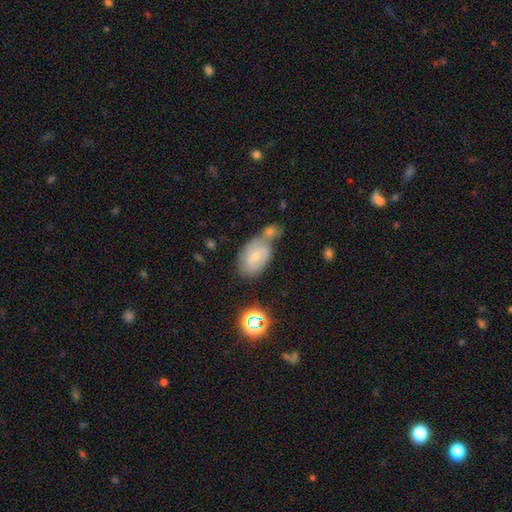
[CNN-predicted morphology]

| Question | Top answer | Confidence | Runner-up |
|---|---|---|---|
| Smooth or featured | smooth | 55% | featured or disk (33%) |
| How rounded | in between | 85% | round (13%) |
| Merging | merger | 39% | none (37%) |